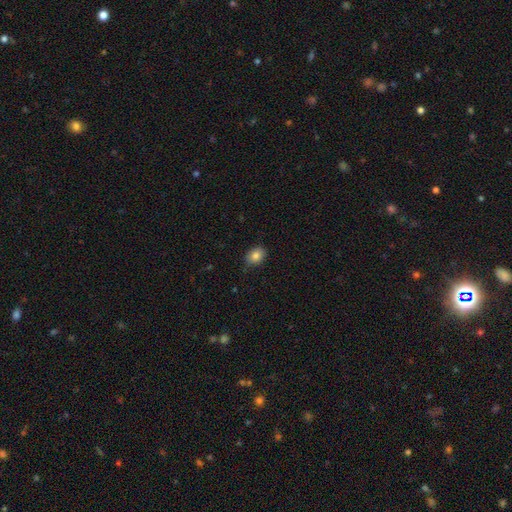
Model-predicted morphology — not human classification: smooth_or_featured: smooth (p=0.83) [alt: star or artifact p=0.09]
how_rounded: in between (p=0.64) [alt: round p=0.35]
merging: none (p=0.80) [alt: minor disturbance p=0.17]